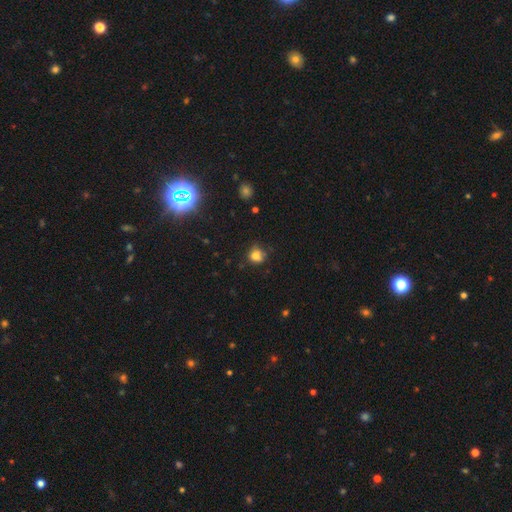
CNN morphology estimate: Smooth or featured? Predicted: smooth (p=0.77). How rounded? Predicted: round (p=0.75). Merging? Predicted: none (p=0.61).